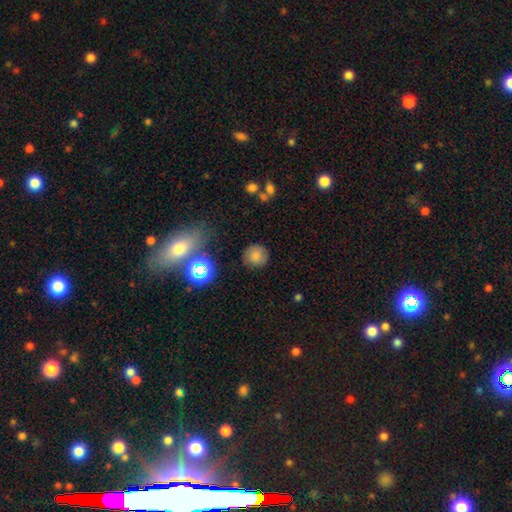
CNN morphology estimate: Q: Smooth or featured?
A: smooth (76%); runner-up: star or artifact (15%)
Q: How rounded?
A: round (91%); runner-up: in between (8%)
Q: Merging?
A: none (82%); runner-up: minor disturbance (12%)